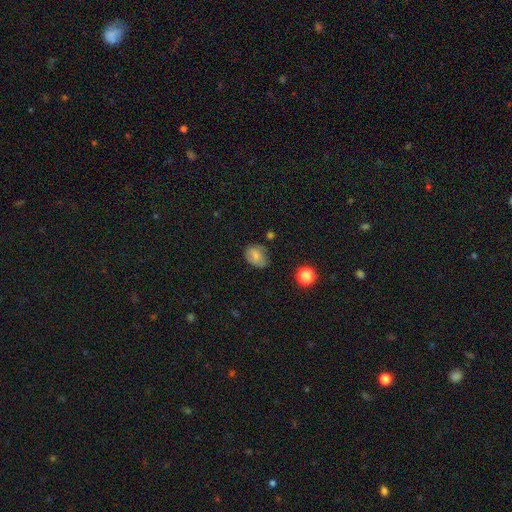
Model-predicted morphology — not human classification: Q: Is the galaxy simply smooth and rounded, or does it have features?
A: smooth — 73%.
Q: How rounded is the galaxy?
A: in between — 62%.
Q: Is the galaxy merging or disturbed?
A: none — 65%.